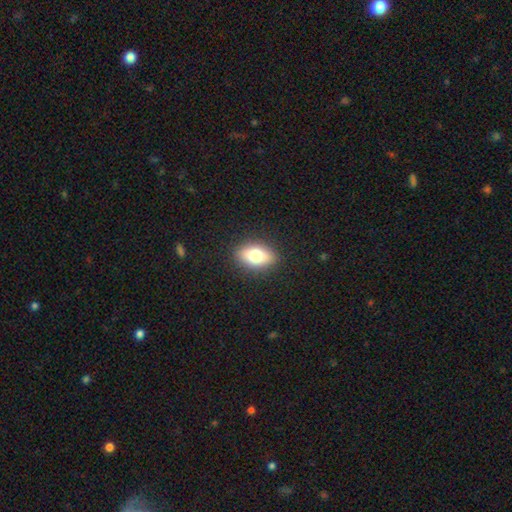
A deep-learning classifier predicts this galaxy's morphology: Overall: smooth (74%). How rounded: in between (84%). Merging: none (88%).